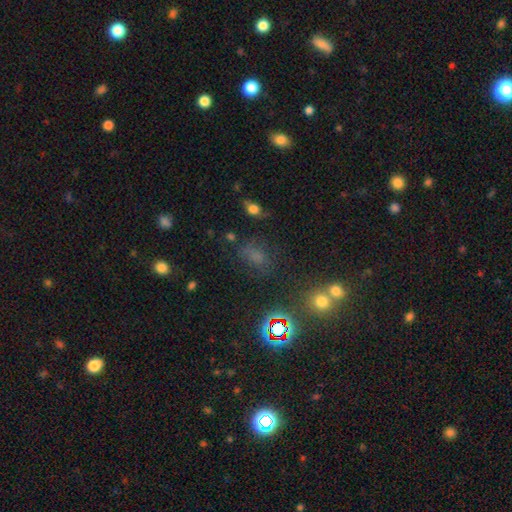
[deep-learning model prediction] Smooth or featured?
  - smooth: 49% *
  - star or artifact: 40%
  - featured or disk: 11%
Merging?
  - none: 64% *
  - minor disturbance: 18%
  - major disturbance: 10%
  - merger: 8%